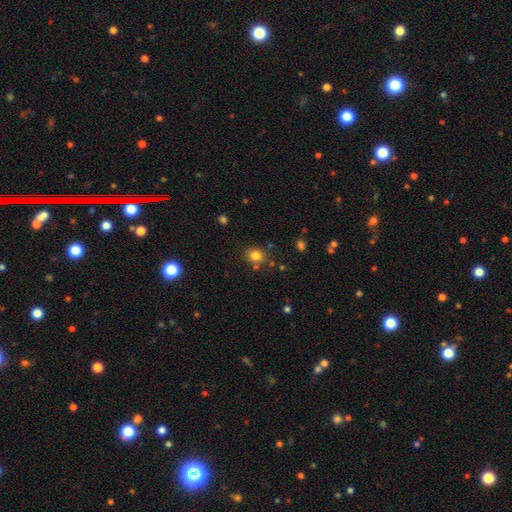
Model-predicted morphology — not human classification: Smooth or featured? Predicted: smooth (p=0.80). How rounded? Predicted: round (p=0.67). Merging? Predicted: none (p=0.78).